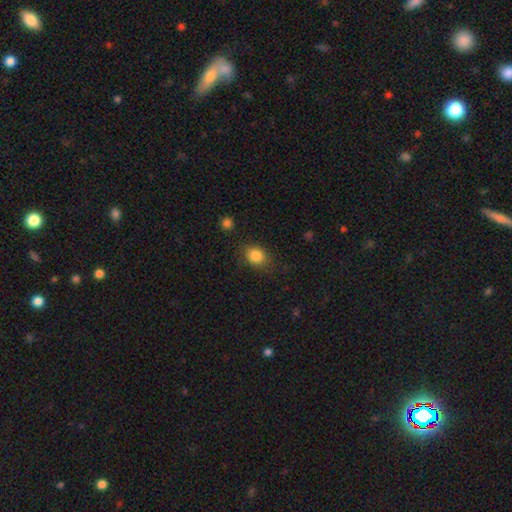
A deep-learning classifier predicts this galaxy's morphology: Smooth or featured?
  - smooth: 84% *
  - star or artifact: 10%
  - featured or disk: 6%
How rounded?
  - round: 51% *
  - in between: 47%
  - cigar-shaped: 1%
Merging?
  - none: 80% *
  - minor disturbance: 14%
  - major disturbance: 4%
  - merger: 2%